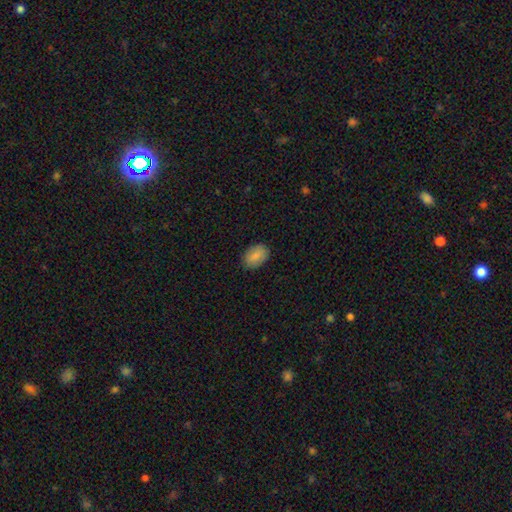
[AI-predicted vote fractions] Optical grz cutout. It shows a smooth galaxy with no disk features (87%) that is in between round and cigar-shaped (87%). Merging: none (87%).